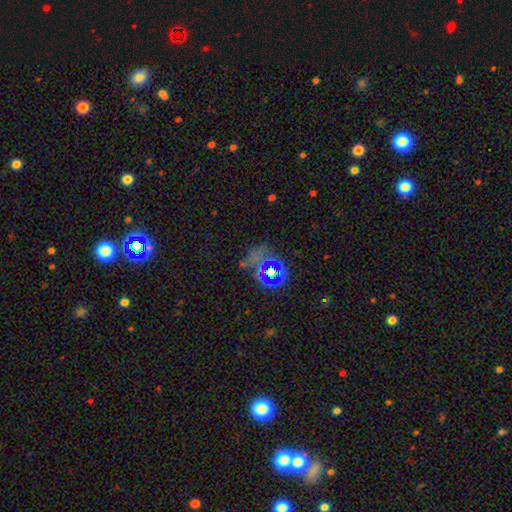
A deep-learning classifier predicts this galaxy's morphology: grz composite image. It shows a smooth galaxy with no disk features (44%). Merging: none (42%).